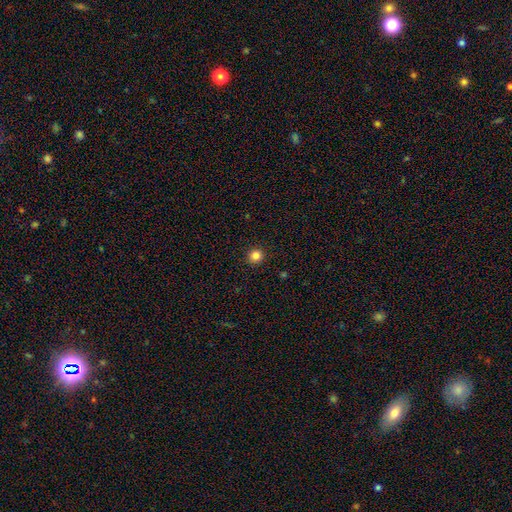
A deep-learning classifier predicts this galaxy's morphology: Smooth or featured: smooth — 84% (star or artifact — 13%)
How rounded: round — 93% (in between — 6%)
Merging: none — 93% (minor disturbance — 5%)